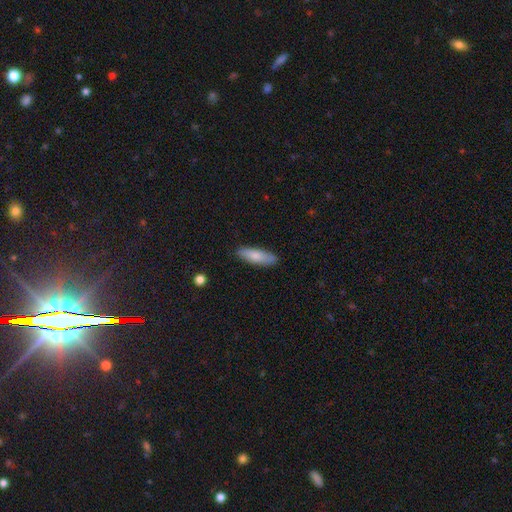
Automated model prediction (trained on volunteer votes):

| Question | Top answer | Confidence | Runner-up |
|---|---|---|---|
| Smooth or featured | smooth | 80% | featured or disk (15%) |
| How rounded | cigar-shaped | 56% | in between (42%) |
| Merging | none | 87% | minor disturbance (10%) |